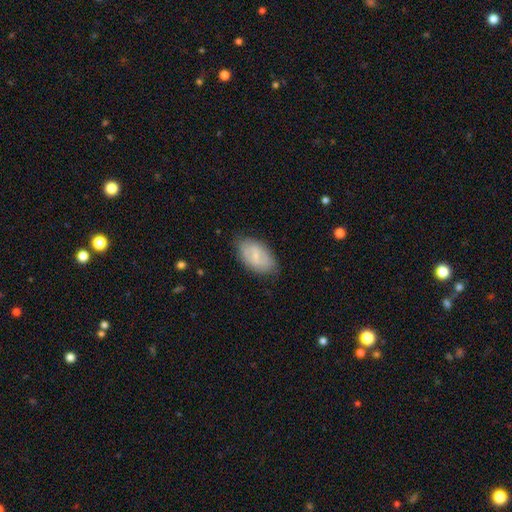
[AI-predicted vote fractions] This is possibly a smooth galaxy (50%). Merging: likely none (78%).